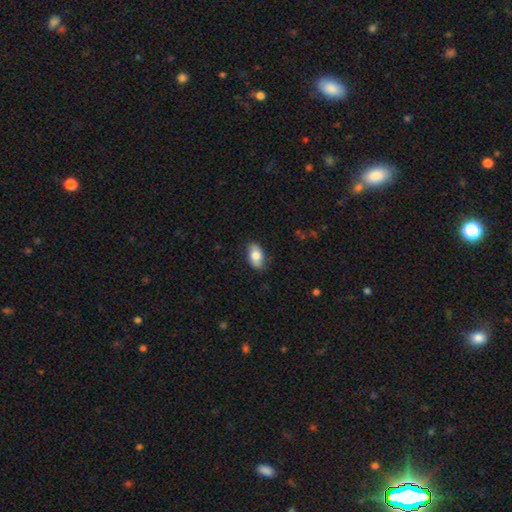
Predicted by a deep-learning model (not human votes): This appears to be a smooth galaxy with no disk features (77%) that is in between round and cigar-shaped (91%). Merging: none (83%).